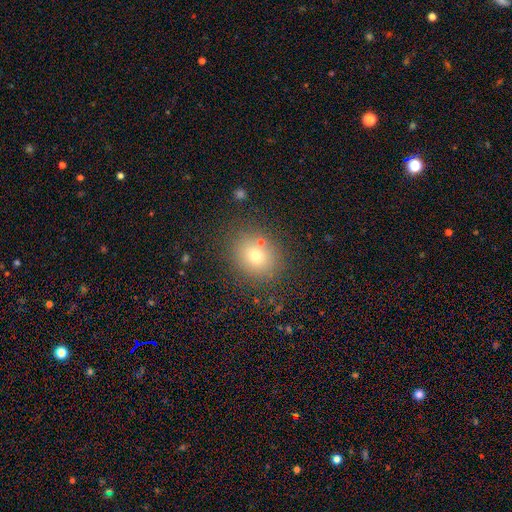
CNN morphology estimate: The model was most divided on "how rounded": round: 70%, in between: 29%, cigar-shaped: 1%. More confident: merging — none (81%); smooth or featured — smooth (72%).